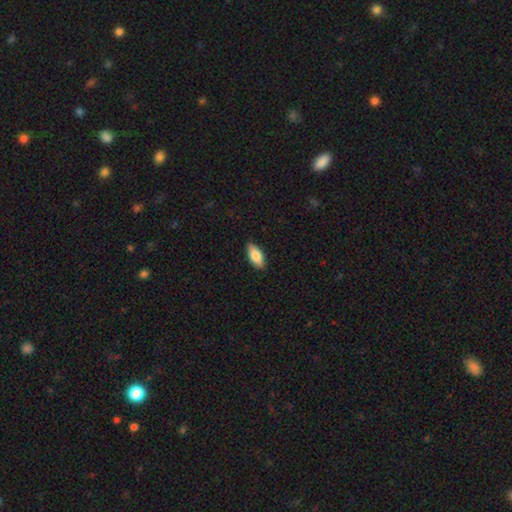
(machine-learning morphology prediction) smooth-or-featured: smooth: 77% | featured or disk: 17% | star or artifact: 6%
  how-rounded: in between: 85% | cigar-shaped: 12% | round: 3%
  merging: none: 89% | minor disturbance: 9% | major disturbance: 2% | merger: 1%